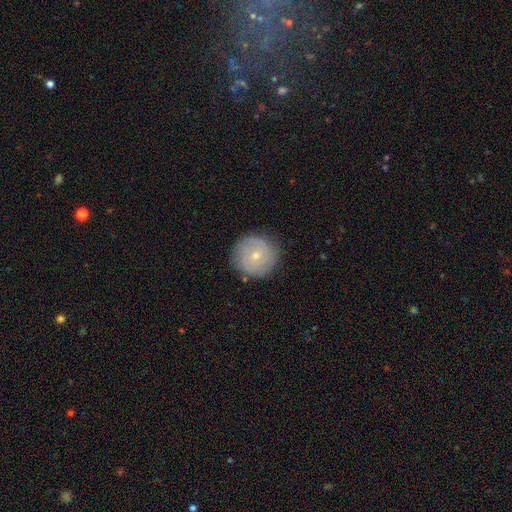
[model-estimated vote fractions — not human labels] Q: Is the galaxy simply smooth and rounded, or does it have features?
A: featured or disk — 52%.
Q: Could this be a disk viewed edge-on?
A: no — 97%.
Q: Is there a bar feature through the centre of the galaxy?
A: no — 73%.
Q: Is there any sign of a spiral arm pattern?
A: yes — 72%.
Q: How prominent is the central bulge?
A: small — 64%.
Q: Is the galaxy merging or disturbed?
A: none — 85%.